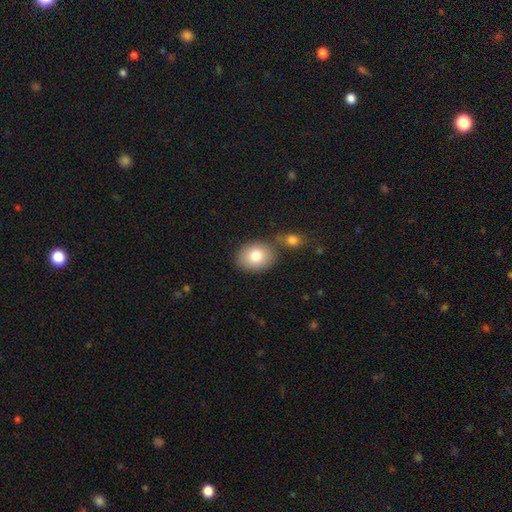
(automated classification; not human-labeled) A smooth galaxy with no disk features (79%) that is in between round and cigar-shaped (54%). Merging: none (68%).